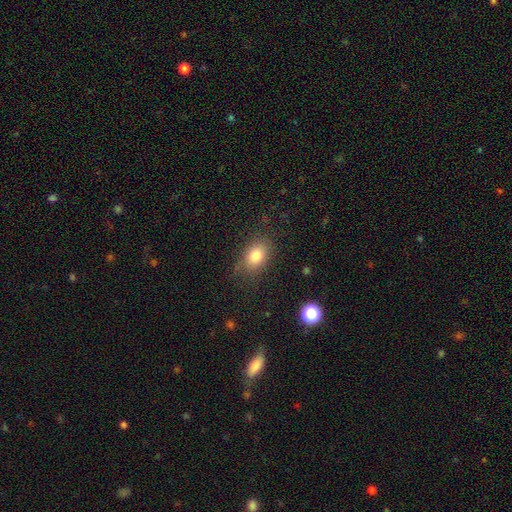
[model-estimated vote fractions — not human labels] The model was most divided on "merging": none: 77%, minor disturbance: 16%, major disturbance: 5%, merger: 1%. More confident: how rounded — in between (82%); smooth or featured — smooth (82%).